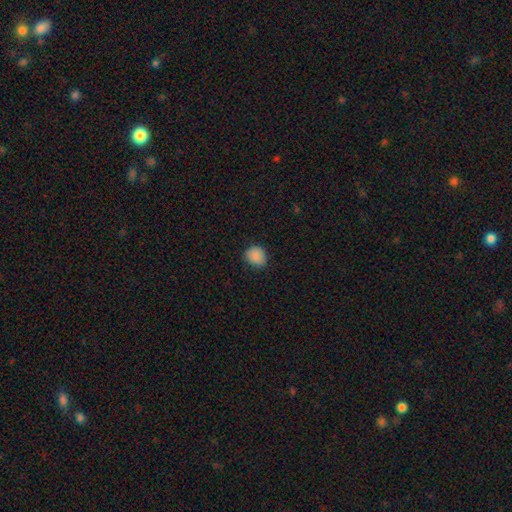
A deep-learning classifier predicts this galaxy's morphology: Smooth or featured? Predicted: smooth (p=0.87). How rounded? Predicted: round (p=0.68). Merging? Predicted: none (p=0.79).